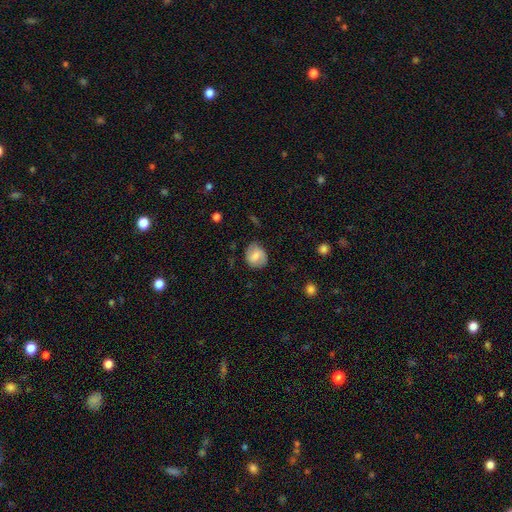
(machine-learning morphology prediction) A smooth galaxy with no disk features (58%) that is round (72%).

Vote fractions:
- Smooth or featured? smooth: 58% / featured or disk: 35% / star or artifact: 8%
- How rounded? round: 72% / in between: 27% / cigar-shaped: 1%
- Merging? none: 76% / minor disturbance: 17% / major disturbance: 5% / merger: 1%